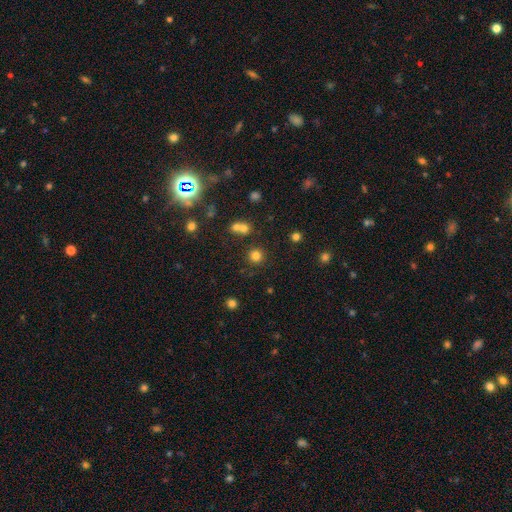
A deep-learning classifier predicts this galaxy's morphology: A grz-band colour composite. It shows a smooth galaxy with no disk features (77%) that is round (93%). Merging: none (80%).